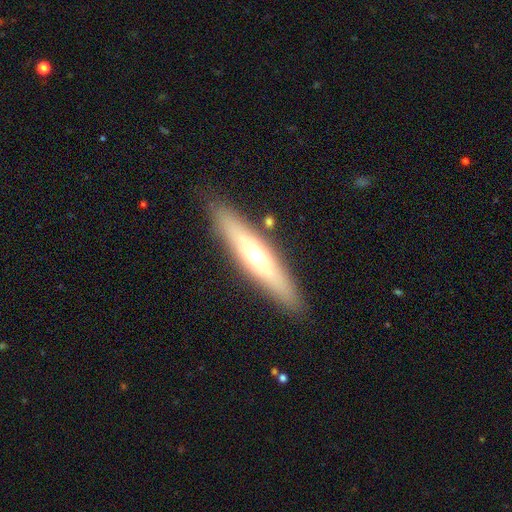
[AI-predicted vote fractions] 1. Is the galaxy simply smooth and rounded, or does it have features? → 50% featured or disk, 43% smooth, 7% star or artifact.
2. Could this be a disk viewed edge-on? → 78% yes, 22% no.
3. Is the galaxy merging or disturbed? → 86% none, 9% minor disturbance, 2% major disturbance, 2% merger.